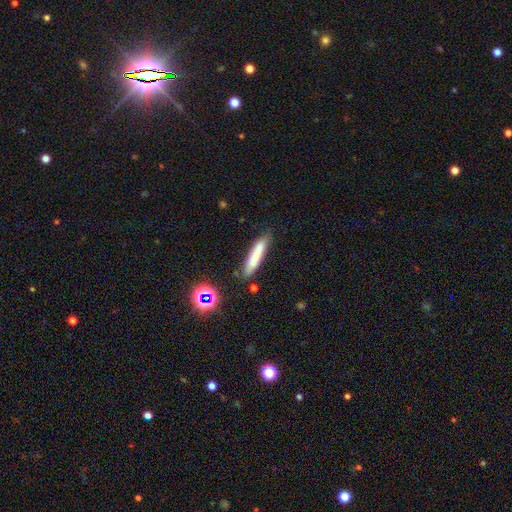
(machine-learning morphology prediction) type=smooth (78%); roundness=cigar-shaped (87%); merging=none (80%).